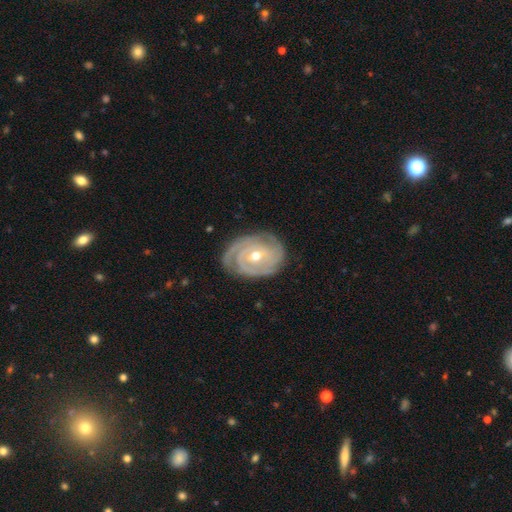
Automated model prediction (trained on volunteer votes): Smooth or featured? featured or disk (90%)
Edge-on disk? no (97%)
Bar? no (58%)
Spiral arms? yes (97%)
Spiral winding? tight (81%)
Spiral arm count? 3 (34%)
Bulge size? moderate (60%)
Merging? none (78%)